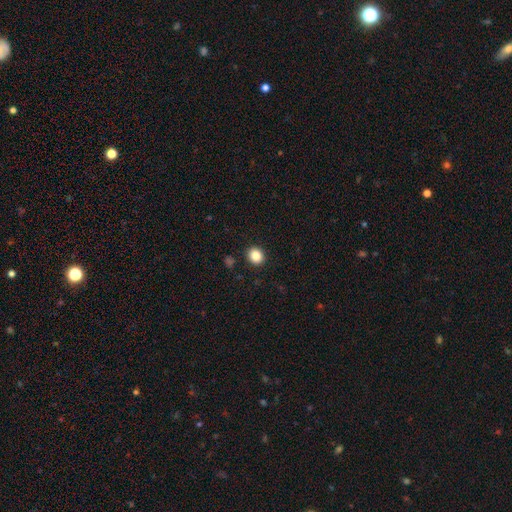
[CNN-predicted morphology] Q: Smooth or featured?
A: smooth (85%); runner-up: star or artifact (10%)
Q: How rounded?
A: round (76%); runner-up: in between (23%)
Q: Merging?
A: none (91%); runner-up: minor disturbance (6%)